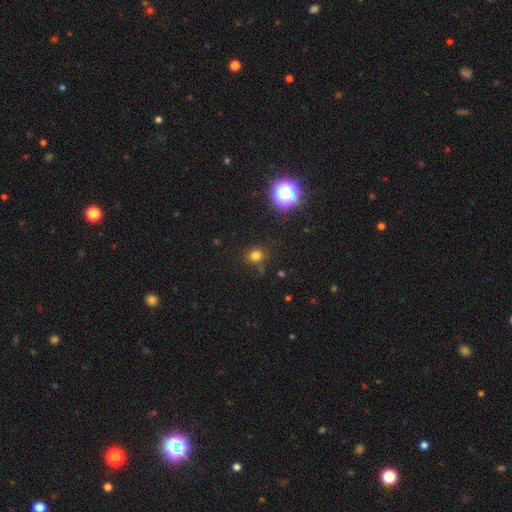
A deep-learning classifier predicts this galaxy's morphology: Smooth or featured? Predicted: smooth (p=0.73). How rounded? Predicted: round (p=0.85). Merging? Predicted: none (p=0.81).